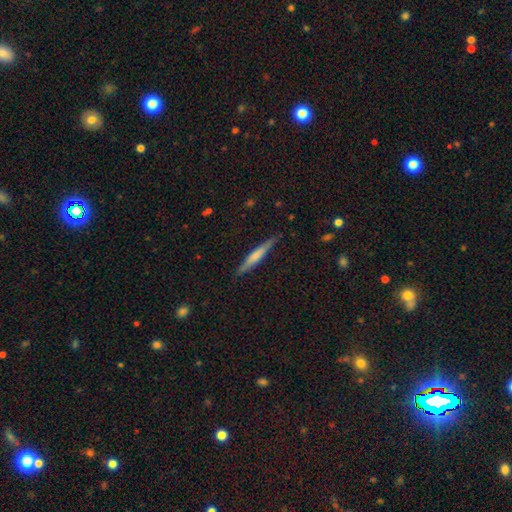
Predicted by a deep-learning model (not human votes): Smooth or featured? smooth (53%)
How rounded? cigar-shaped (94%)
Merging? none (88%)